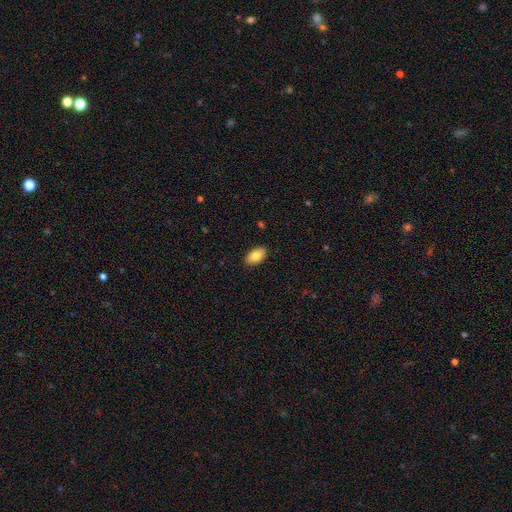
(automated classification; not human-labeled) Smooth or featured? Predicted: smooth (p=0.82). How rounded? Predicted: in between (p=0.94). Merging? Predicted: none (p=0.88).